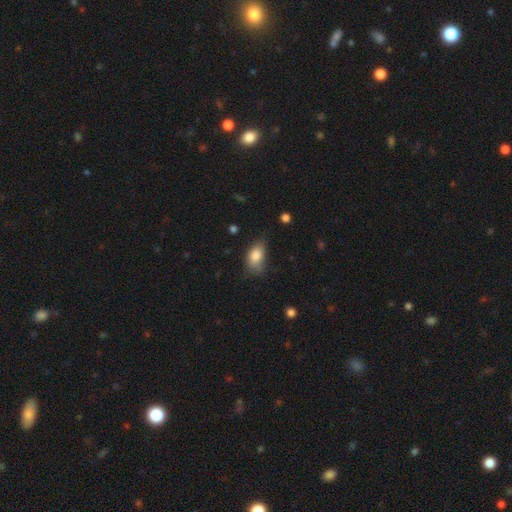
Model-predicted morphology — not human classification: smooth 83%, featured or disk 9%, star or artifact 8%. Down the decision tree: how rounded — in between (88%); merging — none (52%).